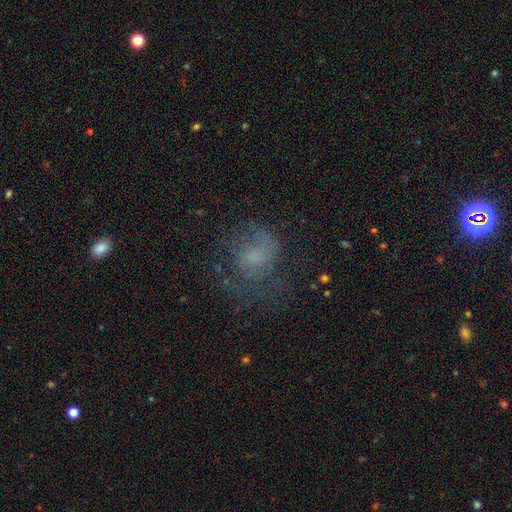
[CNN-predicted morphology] Smooth or featured: smooth — 42% (featured or disk — 40%)
Merging: none — 48% (major disturbance — 29%)